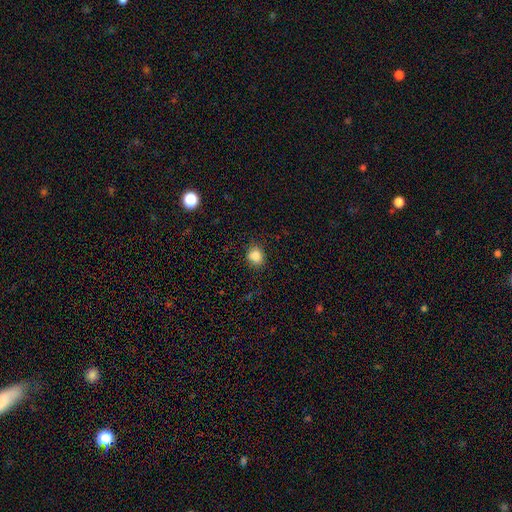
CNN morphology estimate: smooth-or-featured: smooth: 83% | star or artifact: 11% | featured or disk: 6%
  how-rounded: round: 70% | in between: 29% | cigar-shaped: 1%
  merging: none: 79% | minor disturbance: 14% | merger: 3% | major disturbance: 3%